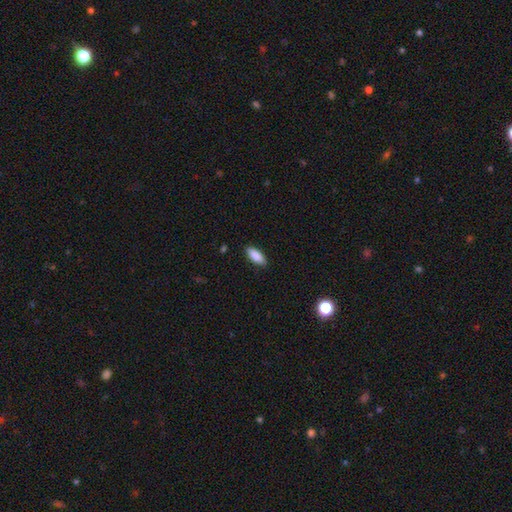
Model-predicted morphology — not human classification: type=smooth (88%); roundness=in between (77%); merging=none (87%).